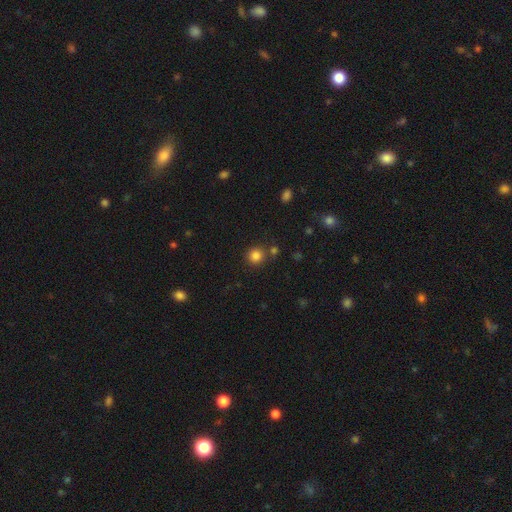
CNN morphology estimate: A smooth galaxy with no disk features (83%) that is round (93%).

Vote fractions:
- Smooth or featured? smooth: 83% / star or artifact: 13% / featured or disk: 5%
- How rounded? round: 93% / in between: 7% / cigar-shaped: 1%
- Merging? none: 80% / merger: 9% / minor disturbance: 8% / major disturbance: 3%